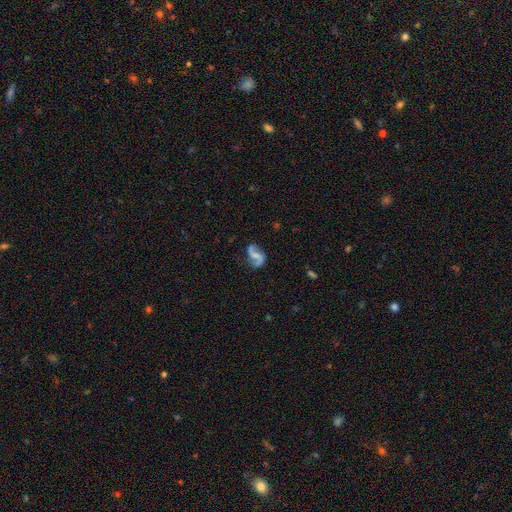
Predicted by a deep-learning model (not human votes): Smooth or featured?
  - featured or disk: 83% *
  - smooth: 10%
  - star or artifact: 7%
Edge-on disk?
  - no: 98% *
  - yes: 2%
Bar?
  - weak: 41% *
  - no: 33%
  - strong: 26%
Spiral arms?
  - yes: 94% *
  - no: 6%
Spiral winding?
  - loose: 71% *
  - medium: 24%
  - tight: 6%
Spiral arm count?
  - 2: 91% *
  - 1: 4%
  - can't tell: 2%
  - 3: 1%
  - 4: 1%
  - more than 4: 1%
Bulge size?
  - none: 51% *
  - small: 31%
  - moderate: 14%
  - large: 2%
  - dominant: 1%
Merging?
  - none: 71% *
  - minor disturbance: 16%
  - major disturbance: 10%
  - merger: 3%